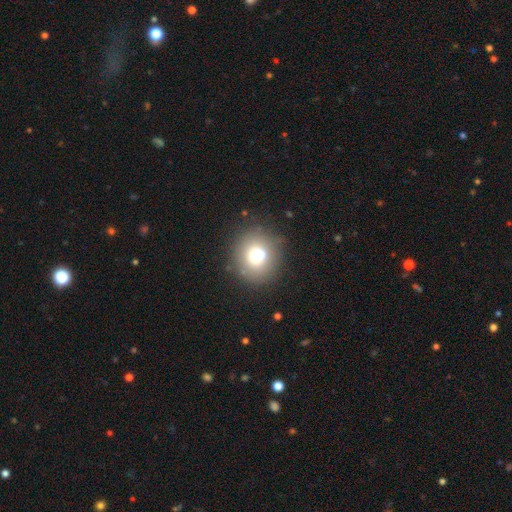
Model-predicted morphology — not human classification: This appears to be a smooth galaxy with no disk features (66%) that is round (86%). Merging: none (61%).